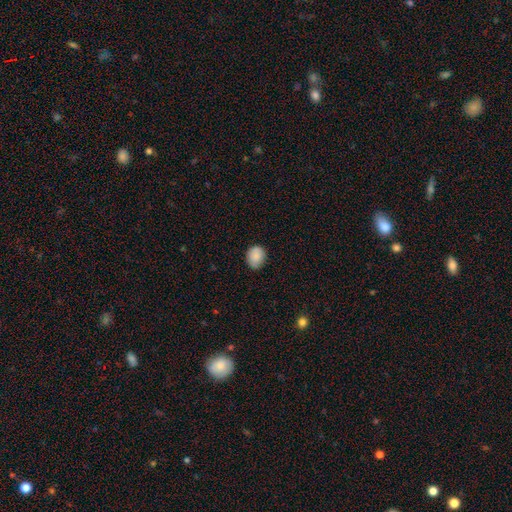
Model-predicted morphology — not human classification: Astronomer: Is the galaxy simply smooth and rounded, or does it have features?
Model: smooth — 88%.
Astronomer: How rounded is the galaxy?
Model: round — 61% (runner-up: in between, 38%).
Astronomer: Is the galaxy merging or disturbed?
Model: none — 82%.